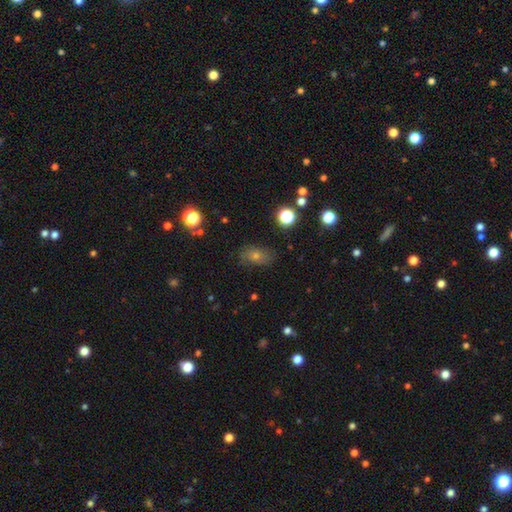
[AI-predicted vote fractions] Overall: smooth (53%; star or artifact 25%). How rounded: in between (79%). Merging: none (78%).